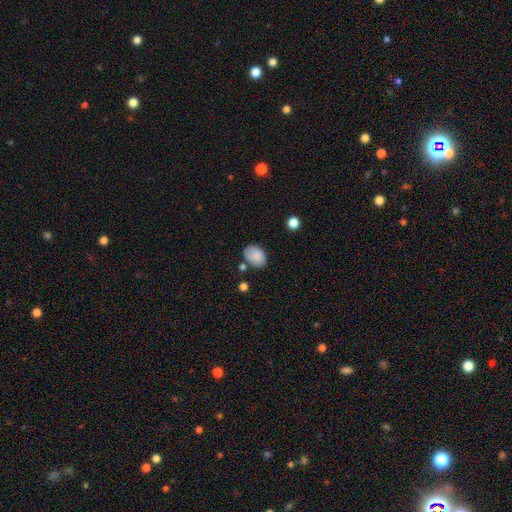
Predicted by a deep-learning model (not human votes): This appears to be a smooth galaxy with no disk features (85%) that is in between round and cigar-shaped (83%). Merging: none (66%).